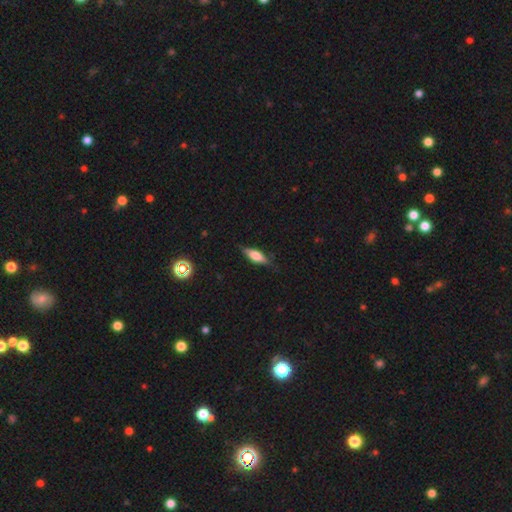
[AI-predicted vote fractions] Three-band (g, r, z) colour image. It shows a smooth galaxy with no disk features (60%) that is in between round and cigar-shaped (57%). Merging: none (79%).